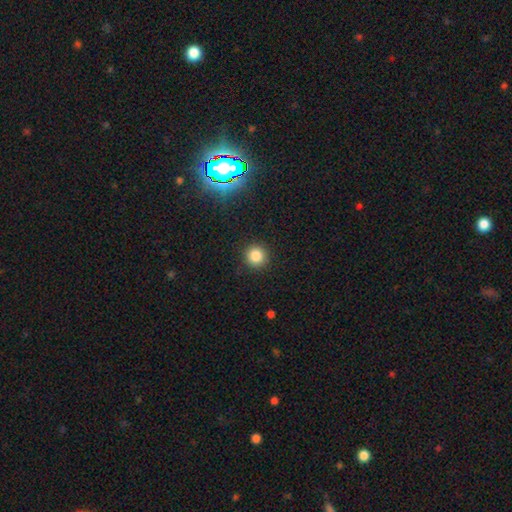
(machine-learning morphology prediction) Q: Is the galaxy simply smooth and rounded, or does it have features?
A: smooth — 84%.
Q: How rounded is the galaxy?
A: round — 94%.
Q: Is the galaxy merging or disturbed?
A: none — 91%.